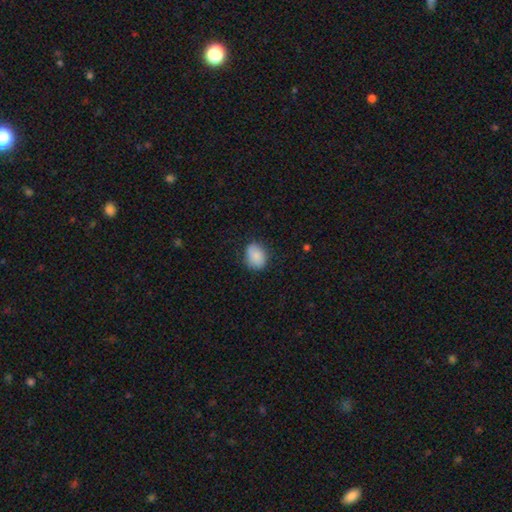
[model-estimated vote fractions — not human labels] This appears to be a smooth galaxy with no disk features (87%) that is in between round and cigar-shaped (60%). Merging: none (79%).